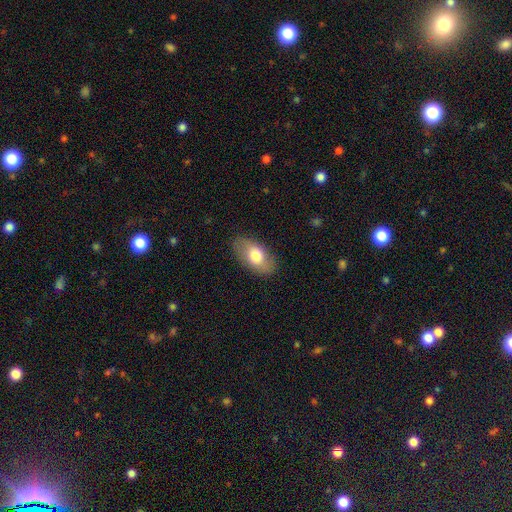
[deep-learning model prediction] smooth_or_featured: smooth (p=0.73) [alt: featured or disk p=0.21]
how_rounded: in between (p=0.92) [alt: round p=0.05]
merging: none (p=0.84) [alt: minor disturbance p=0.12]